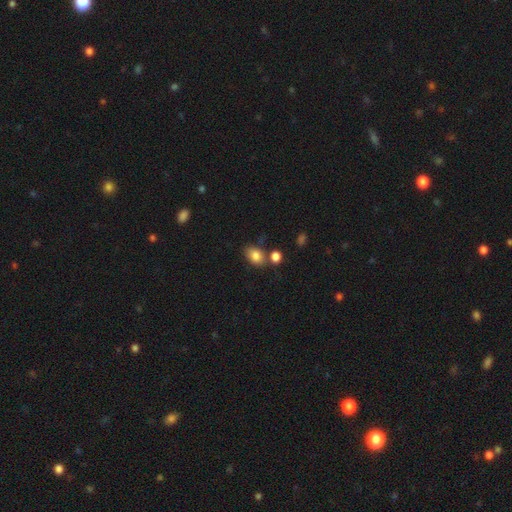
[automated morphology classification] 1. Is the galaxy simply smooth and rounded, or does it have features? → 83% smooth, 9% star or artifact, 8% featured or disk.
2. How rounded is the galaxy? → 77% in between, 21% round, 1% cigar-shaped.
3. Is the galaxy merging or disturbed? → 65% none, 16% merger, 14% minor disturbance, 4% major disturbance.